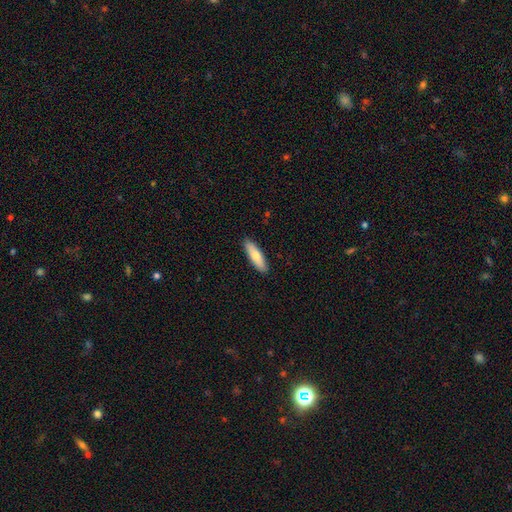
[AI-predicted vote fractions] A smooth galaxy with no disk features (72%) that is cigar-shaped (62%).

Vote fractions:
- Smooth or featured? smooth: 72% / featured or disk: 23% / star or artifact: 5%
- How rounded? cigar-shaped: 62% / in between: 37% / round: 2%
- Merging? none: 90% / minor disturbance: 7% / major disturbance: 1% / merger: 1%